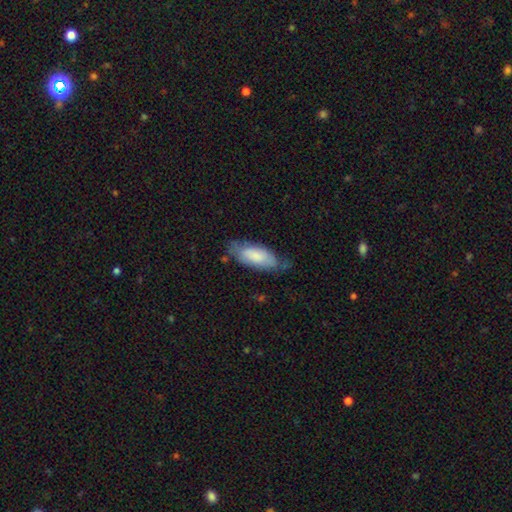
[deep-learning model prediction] This appears to be a smooth galaxy with no disk features (75%) that is in between round and cigar-shaped (80%). Merging: none (57%).